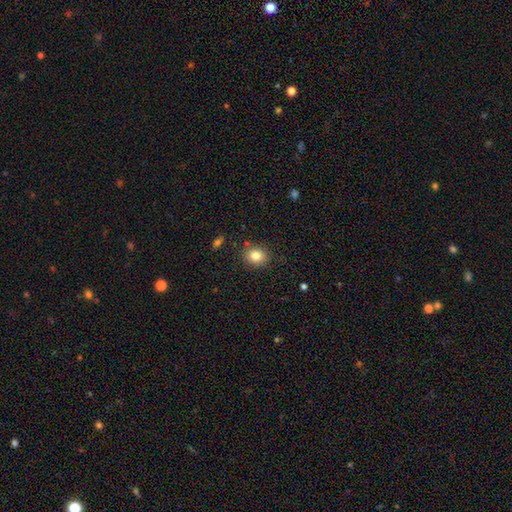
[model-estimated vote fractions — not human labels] smooth_or_featured: smooth (p=0.83) [alt: star or artifact p=0.10]
how_rounded: round (p=0.67) [alt: in between p=0.33]
merging: none (p=0.85) [alt: minor disturbance p=0.10]